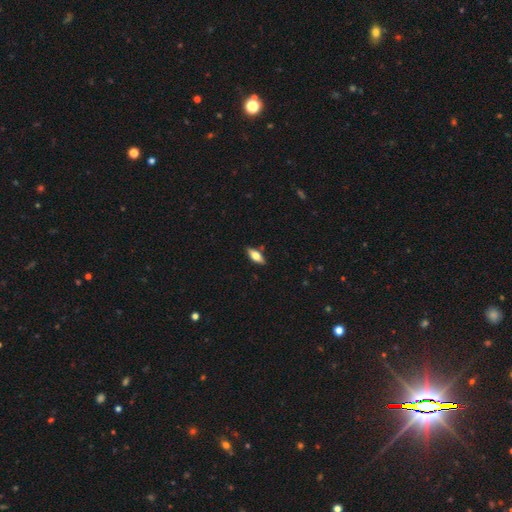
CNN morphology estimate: The model was most divided on "smooth or featured": smooth: 55%, featured or disk: 38%, star or artifact: 7%. More confident: merging — none (86%); how rounded — in between (75%).